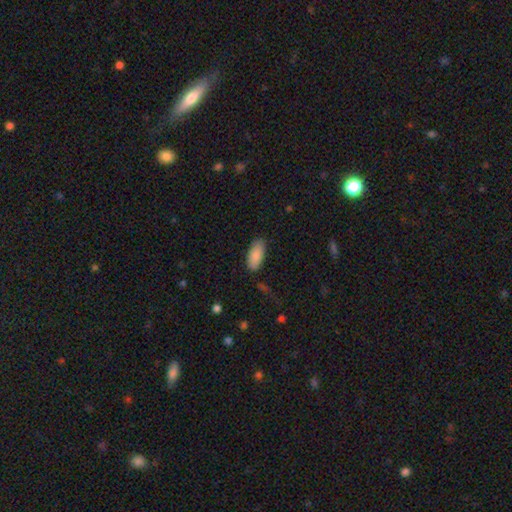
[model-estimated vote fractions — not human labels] This appears to be a smooth galaxy with no disk features (85%) that is in between round and cigar-shaped (89%). Merging: none (83%).